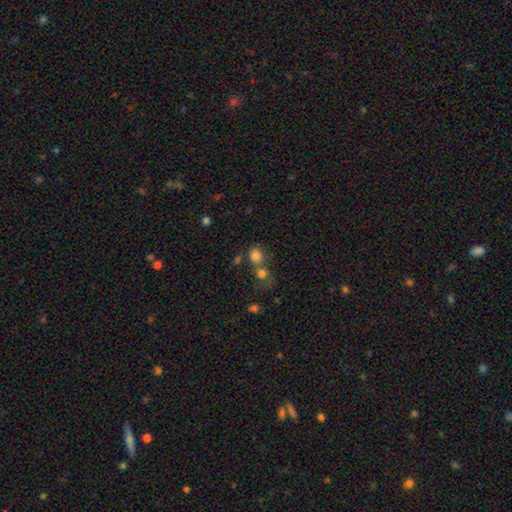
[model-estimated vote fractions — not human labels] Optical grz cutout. It shows a smooth galaxy with no disk features (77%) that is round (70%). Merging: none (44%).